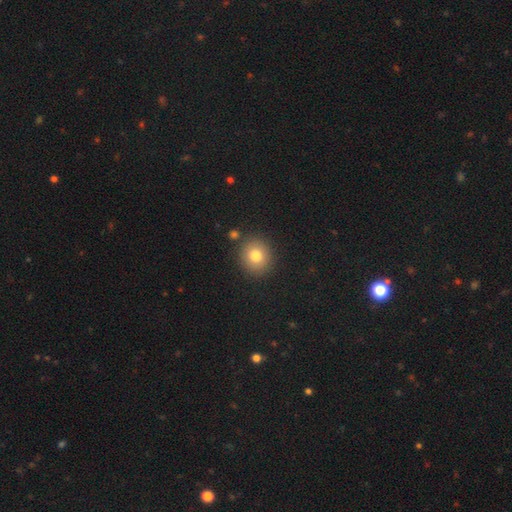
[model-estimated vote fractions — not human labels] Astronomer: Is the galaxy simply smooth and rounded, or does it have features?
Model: smooth — 79%.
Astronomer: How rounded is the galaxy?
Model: round — 81%.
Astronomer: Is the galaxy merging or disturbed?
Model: none — 86%.